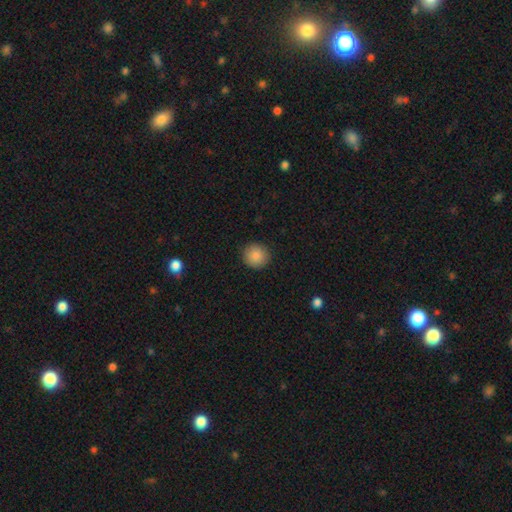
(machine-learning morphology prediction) A smooth galaxy with no disk features (88%) that is round (94%). Merging: none (92%).